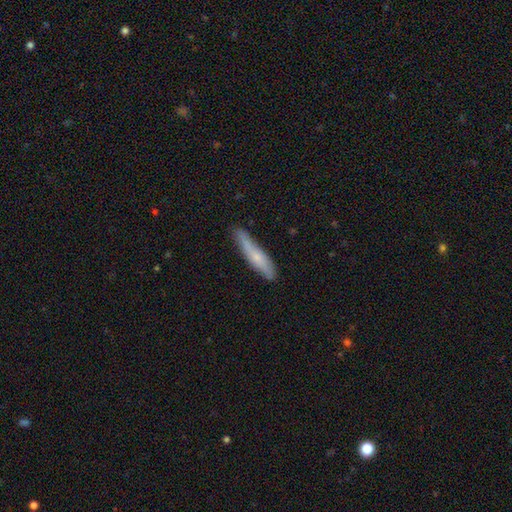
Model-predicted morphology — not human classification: Smooth or featured? smooth (58%)
How rounded? cigar-shaped (90%)
Merging? none (79%)